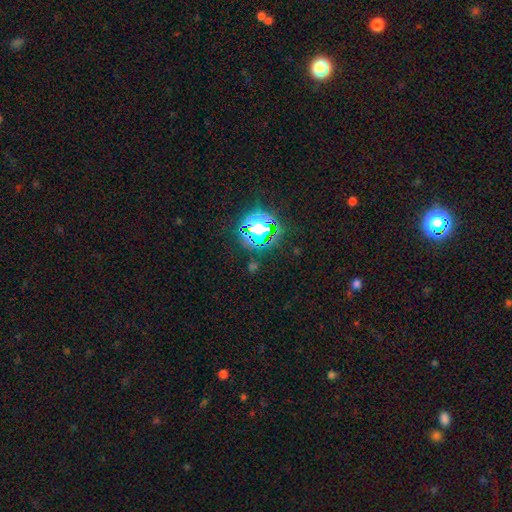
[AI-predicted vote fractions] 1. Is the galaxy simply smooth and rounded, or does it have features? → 80% star or artifact, 14% smooth, 6% featured or disk.